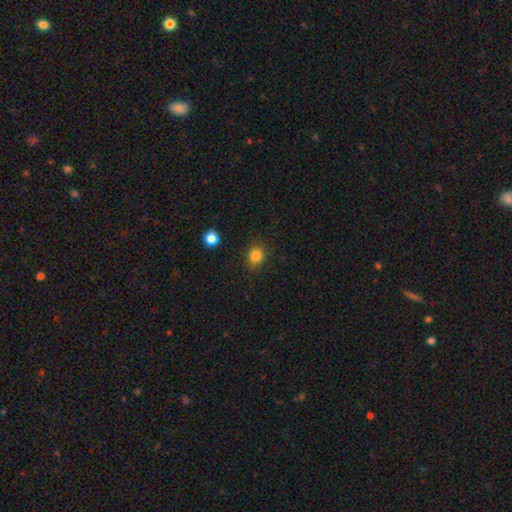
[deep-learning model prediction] Overall: smooth (84%). How rounded: round (66%; in between 33%). Merging: none (84%).